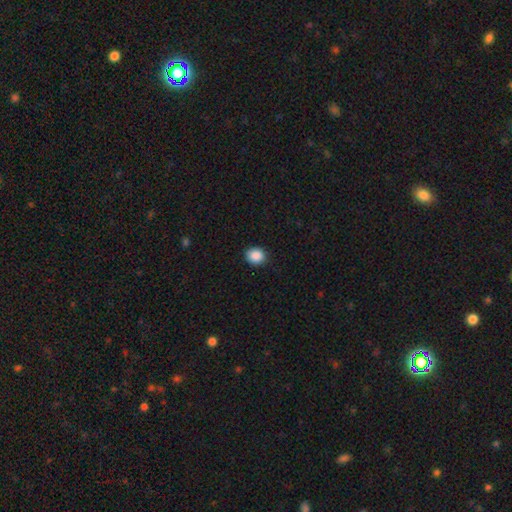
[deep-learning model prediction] Smooth or featured? smooth (89%)
How rounded? round (76%)
Merging? none (90%)